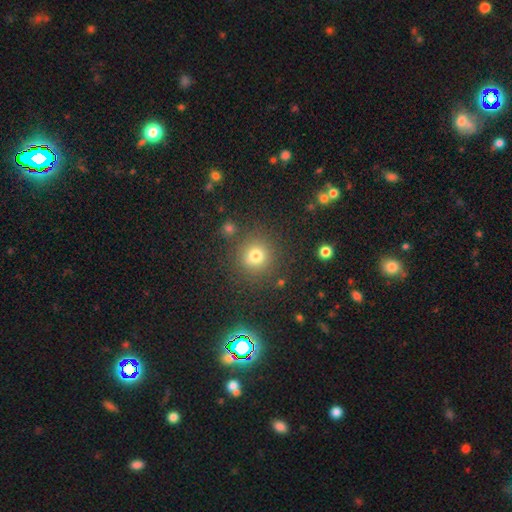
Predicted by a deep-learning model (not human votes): This appears to be a smooth galaxy with no disk features (76%) that is round (92%). Merging: none (82%).